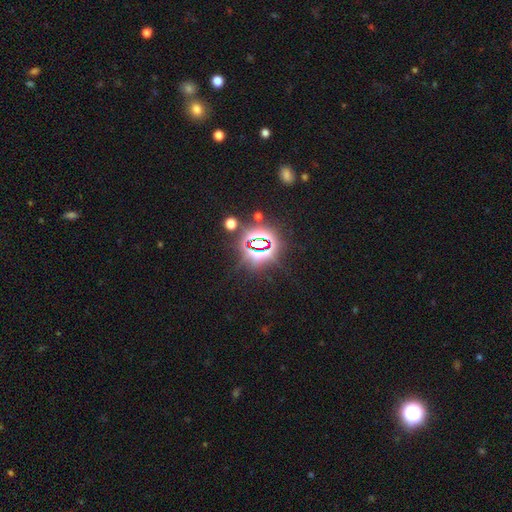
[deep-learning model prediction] Overall: star or artifact (81%).